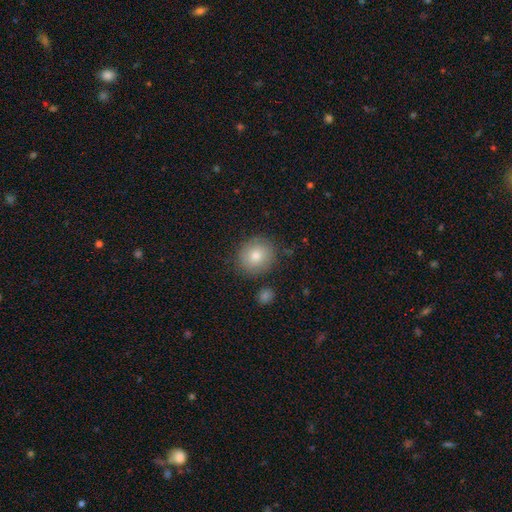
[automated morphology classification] Overall: smooth (79%). How rounded: round (77%). Merging: none (84%).